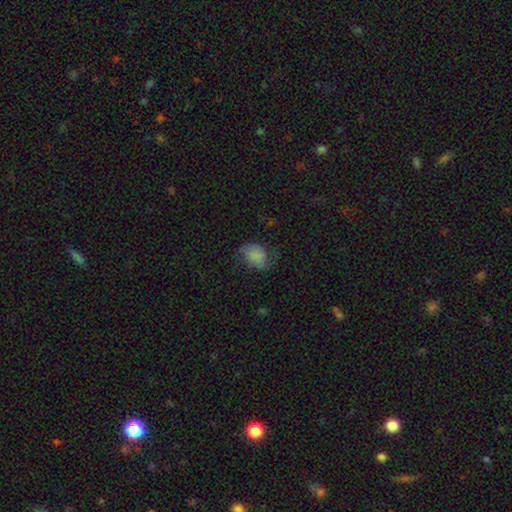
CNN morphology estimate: smooth-or-featured: smooth: 51% | featured or disk: 38% | star or artifact: 11%
  how-rounded: in between: 68% | round: 31% | cigar-shaped: 1%
  merging: none: 55% | minor disturbance: 25% | major disturbance: 18% | merger: 2%